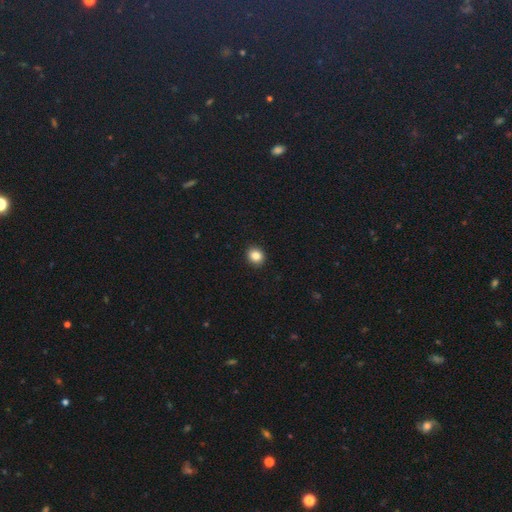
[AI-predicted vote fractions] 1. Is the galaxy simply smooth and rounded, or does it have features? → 85% smooth, 10% star or artifact, 5% featured or disk.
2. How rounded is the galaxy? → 77% round, 22% in between, 1% cigar-shaped.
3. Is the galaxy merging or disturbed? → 92% none, 5% minor disturbance, 2% major disturbance, 1% merger.